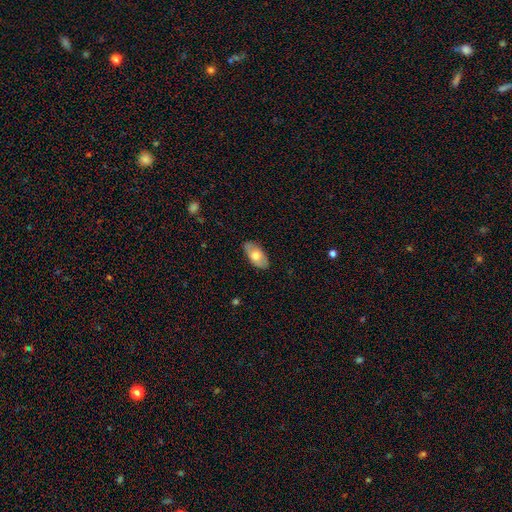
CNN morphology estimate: Smooth or featured? smooth (66%)
How rounded? in between (94%)
Merging? none (84%)